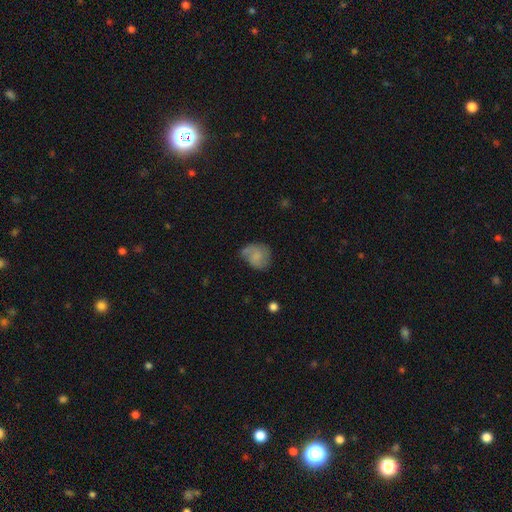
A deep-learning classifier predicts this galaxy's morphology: type=smooth (60%); roundness=round (62%); merging=none (43%).